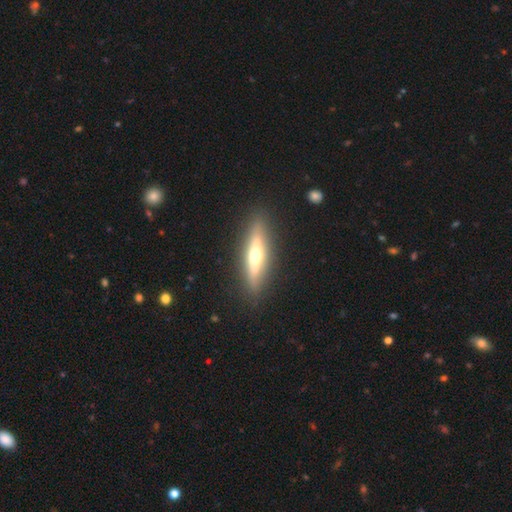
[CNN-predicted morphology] A featured or disk galaxy (60%) viewed edge-on (90%) with a rounded central bulge (89%).

Vote fractions:
- Smooth or featured? featured or disk: 60% / smooth: 34% / star or artifact: 6%
- Edge-on disk? yes: 90% / no: 10%
- Edge-on bulge? rounded: 89% / none: 7% / boxy: 4%
- Merging? none: 88% / minor disturbance: 8% / major disturbance: 2% / merger: 1%